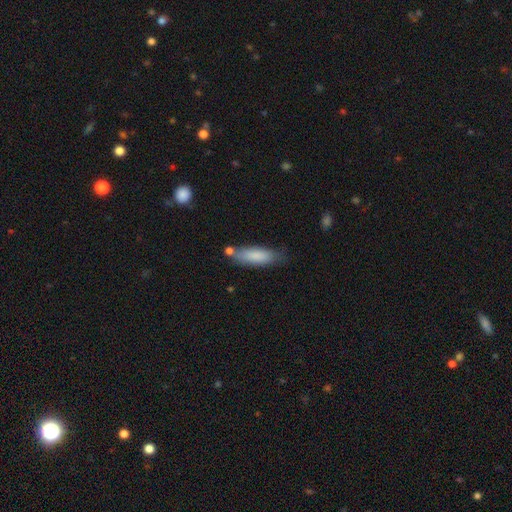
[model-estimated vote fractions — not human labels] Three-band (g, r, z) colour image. It shows a smooth galaxy with no disk features (82%) that is cigar-shaped (53%). Merging: none (66%).